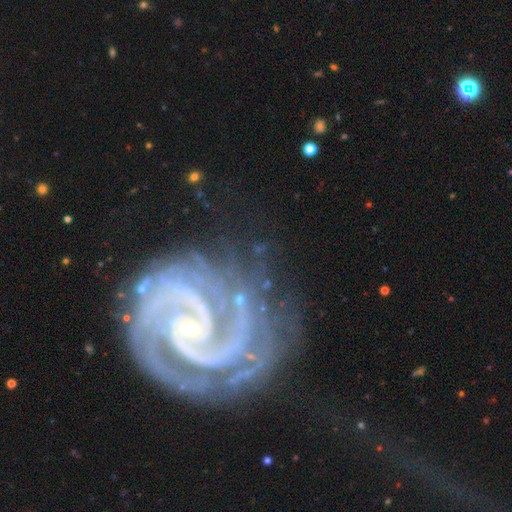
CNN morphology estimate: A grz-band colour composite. It shows a featured or disk galaxy (93%) with no bar (49%), 2 (69%) tight (62%) spiral arms (99%) and a small central bulge (87%). Merging: none (65%).